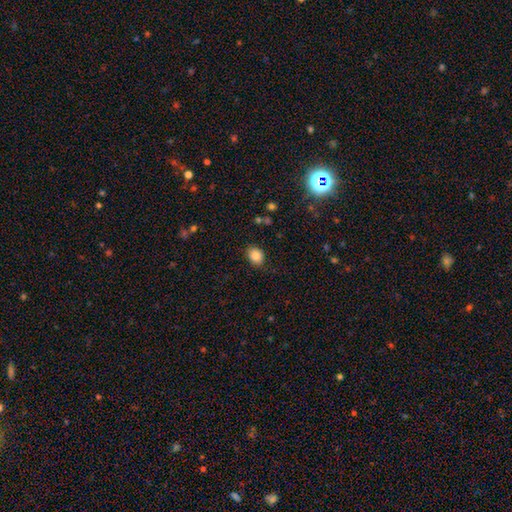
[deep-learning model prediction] smooth_or_featured: smooth (p=0.86) [alt: star or artifact p=0.10]
how_rounded: in between (p=0.53) [alt: round p=0.46]
merging: none (p=0.84) [alt: minor disturbance p=0.11]